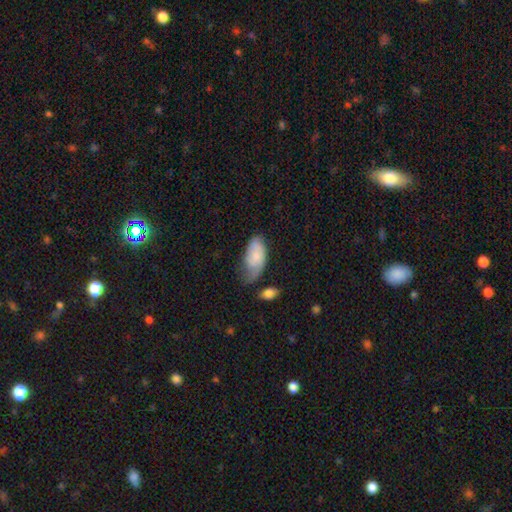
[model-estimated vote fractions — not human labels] smooth-or-featured: smooth: 72% | featured or disk: 22% | star or artifact: 6%
  how-rounded: in between: 93% | cigar-shaped: 4% | round: 3%
  merging: none: 39% | minor disturbance: 38% | major disturbance: 17% | merger: 6%